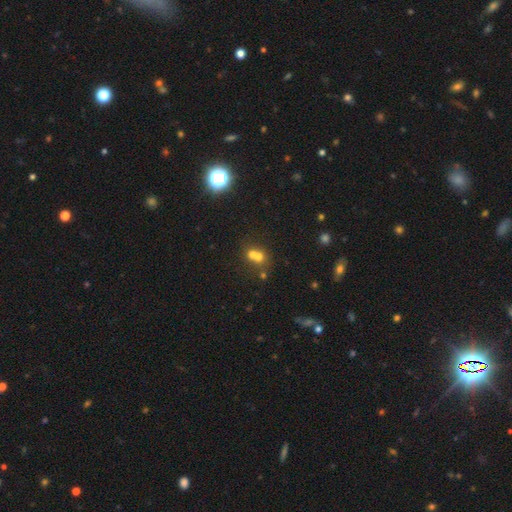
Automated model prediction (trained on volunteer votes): Smooth or featured? smooth (63%)
How rounded? round (73%)
Merging? merger (63%)